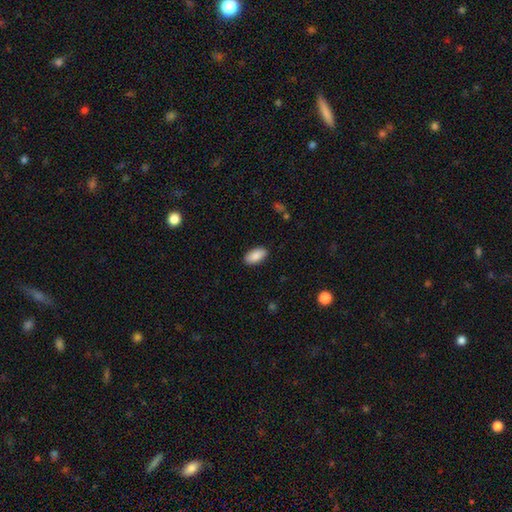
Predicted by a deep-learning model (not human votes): Smooth or featured?
  - smooth: 89% *
  - star or artifact: 6%
  - featured or disk: 5%
How rounded?
  - in between: 94% *
  - cigar-shaped: 3%
  - round: 2%
Merging?
  - none: 89% *
  - minor disturbance: 8%
  - major disturbance: 2%
  - merger: 1%